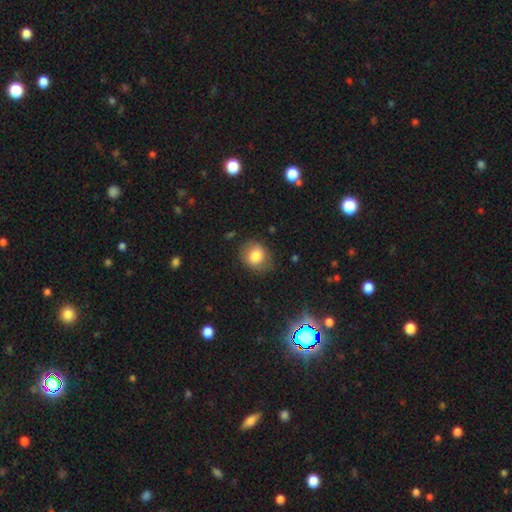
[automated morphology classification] smooth_or_featured: smooth (p=0.81) [alt: star or artifact p=0.10]
how_rounded: round (p=0.63) [alt: in between p=0.36]
merging: none (p=0.74) [alt: minor disturbance p=0.19]